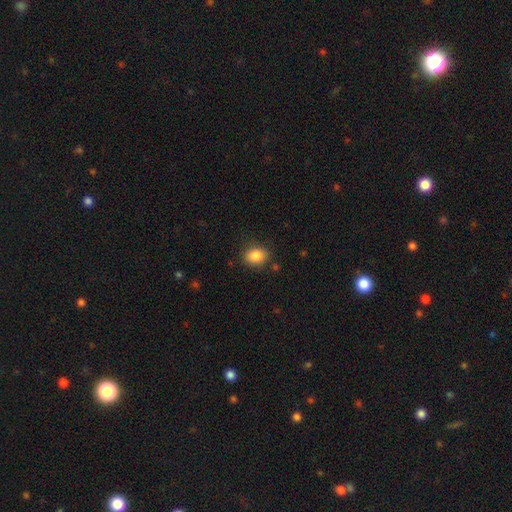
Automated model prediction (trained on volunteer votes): Smooth or featured? Predicted: smooth (p=0.86). How rounded? Predicted: in between (p=0.58). Merging? Predicted: none (p=0.85).